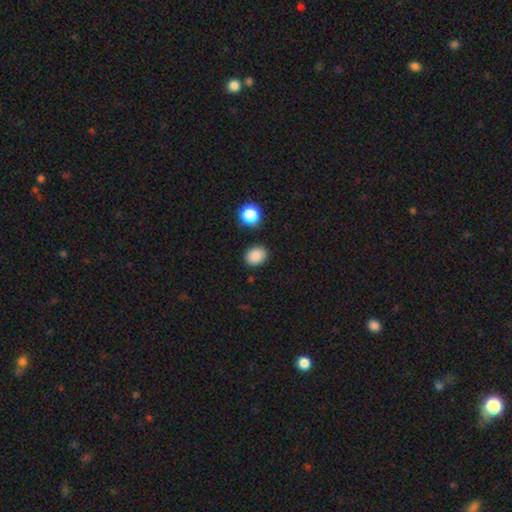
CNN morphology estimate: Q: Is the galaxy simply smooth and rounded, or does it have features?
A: smooth — 87%.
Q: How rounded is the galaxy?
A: in between — 55%.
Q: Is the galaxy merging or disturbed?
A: none — 85%.